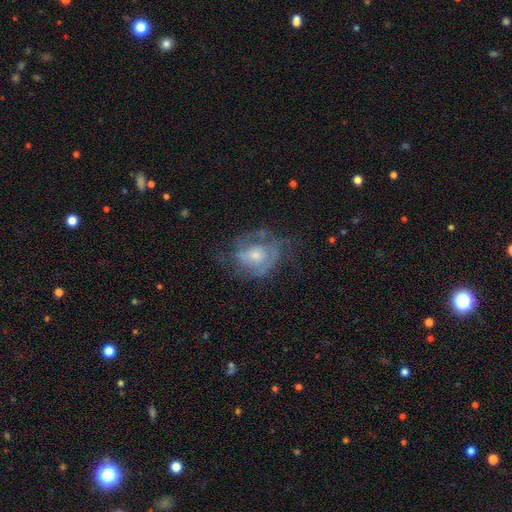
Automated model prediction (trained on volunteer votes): Smooth or featured? featured or disk (71%)
Edge-on disk? no (97%)
Bar? no (75%)
Spiral arms? yes (77%)
Spiral winding? tight (43%)
Spiral arm count? can't tell (38%)
Bulge size? moderate (44%)
Merging? none (53%)